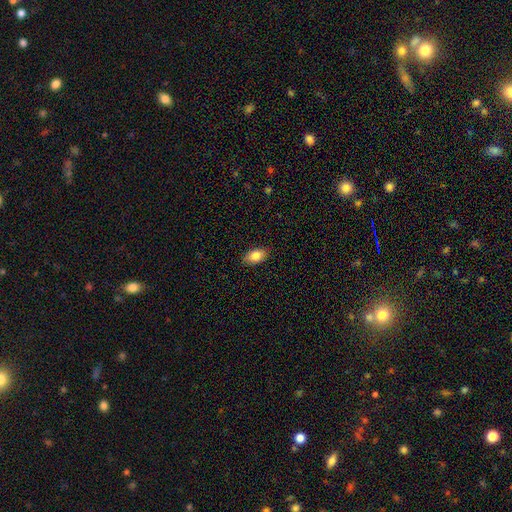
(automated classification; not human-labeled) A smooth galaxy with no disk features (85%) that is in between round and cigar-shaped (91%). Merging: none (88%).